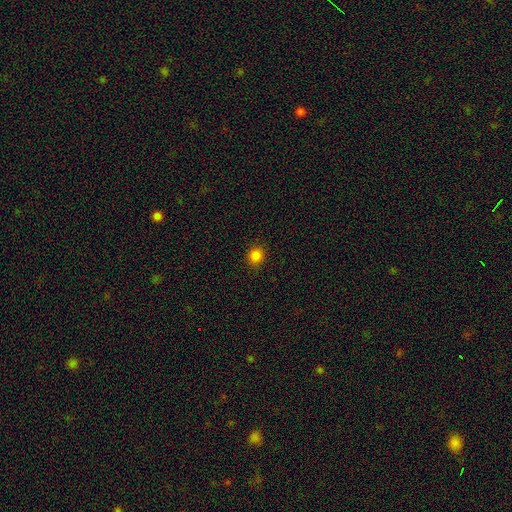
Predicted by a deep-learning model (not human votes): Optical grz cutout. It shows a smooth galaxy with no disk features (83%) that is round (85%). Merging: none (90%).